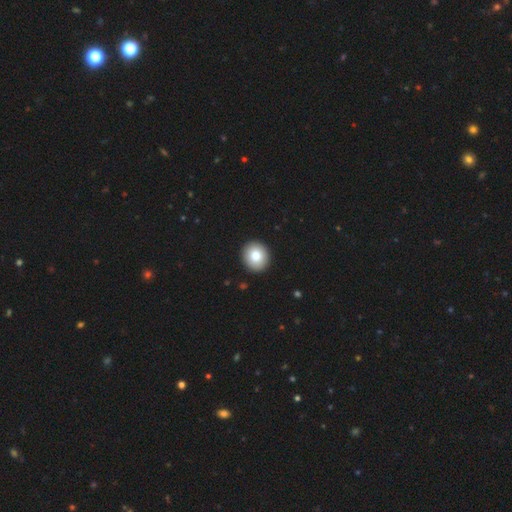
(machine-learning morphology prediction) smooth_or_featured: smooth (p=0.82) [alt: featured or disk p=0.10]
how_rounded: round (p=0.84) [alt: in between p=0.15]
merging: none (p=0.93) [alt: minor disturbance p=0.05]